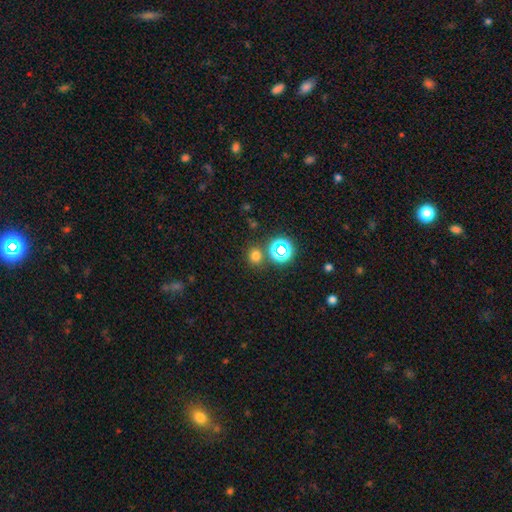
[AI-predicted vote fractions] smooth_or_featured: smooth (p=0.69) [alt: star or artifact p=0.26]
how_rounded: round (p=0.82) [alt: in between p=0.17]
merging: none (p=0.80) [alt: merger p=0.09]